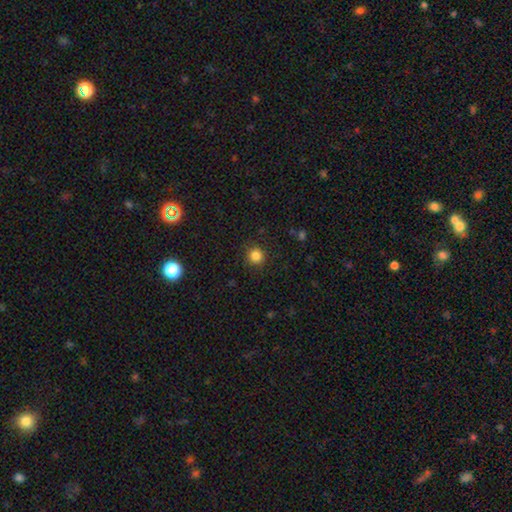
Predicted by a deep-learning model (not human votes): Overall: smooth (84%). How rounded: round (93%). Merging: none (88%).